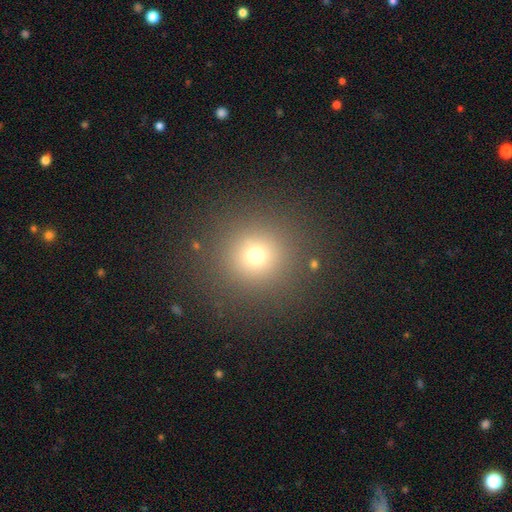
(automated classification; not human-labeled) Q: Smooth or featured?
A: smooth (69%); runner-up: star or artifact (21%)
Q: How rounded?
A: round (94%); runner-up: in between (5%)
Q: Merging?
A: none (88%); runner-up: minor disturbance (6%)